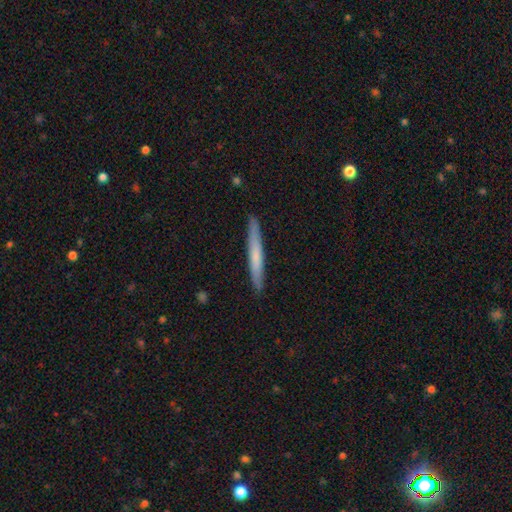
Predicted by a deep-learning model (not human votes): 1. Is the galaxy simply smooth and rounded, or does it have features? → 62% smooth, 32% featured or disk, 5% star or artifact.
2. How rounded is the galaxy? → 97% cigar-shaped, 2% in between, 1% round.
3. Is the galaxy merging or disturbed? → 91% none, 7% minor disturbance, 1% major disturbance, 1% merger.